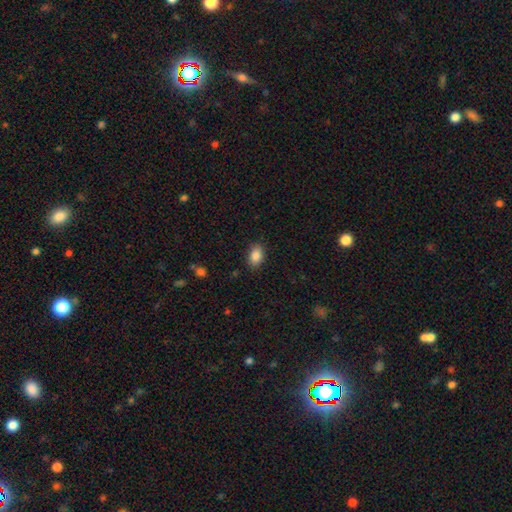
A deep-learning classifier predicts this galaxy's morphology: smooth 87%, star or artifact 8%, featured or disk 5%. Down the decision tree: how rounded — in between (85%); merging — none (86%).